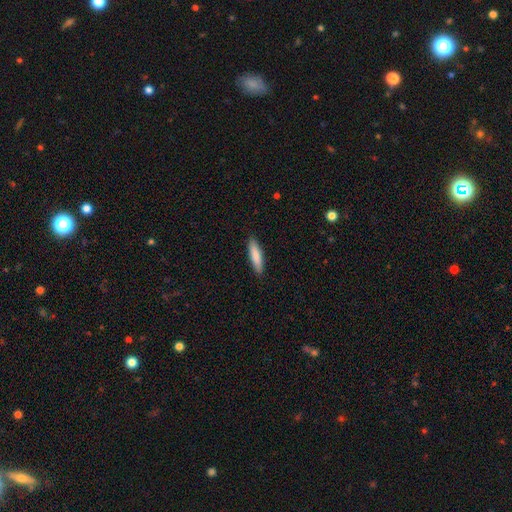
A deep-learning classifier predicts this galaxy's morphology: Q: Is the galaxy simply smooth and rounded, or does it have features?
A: smooth — 83%.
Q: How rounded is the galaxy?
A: cigar-shaped — 75%.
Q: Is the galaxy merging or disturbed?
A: none — 89%.